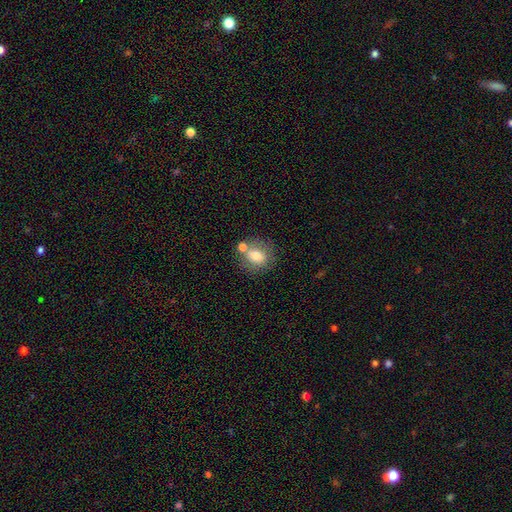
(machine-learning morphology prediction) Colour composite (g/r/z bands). It shows a smooth galaxy with no disk features (73%) that is round (60%). Merging: none (58%).